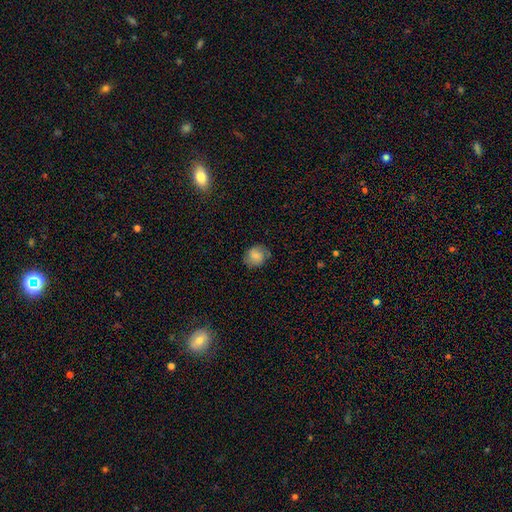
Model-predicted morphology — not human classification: Smooth or featured?
  - smooth: 77% *
  - featured or disk: 14%
  - star or artifact: 9%
How rounded?
  - round: 72% *
  - in between: 27%
  - cigar-shaped: 1%
Merging?
  - none: 76% *
  - minor disturbance: 18%
  - major disturbance: 5%
  - merger: 1%